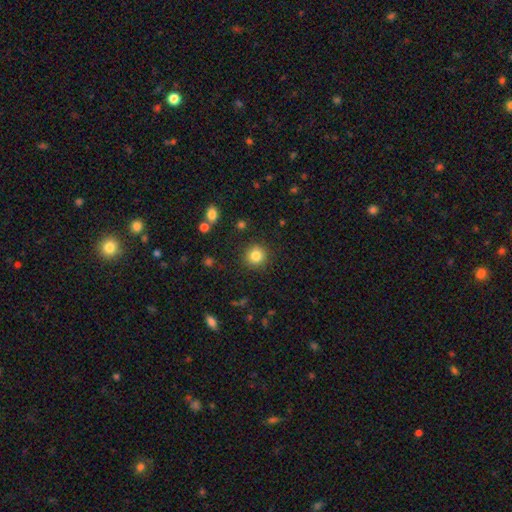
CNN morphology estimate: The model was most divided on "smooth or featured": smooth: 83%, star or artifact: 11%, featured or disk: 6%. More confident: how rounded — round (93%); merging — none (89%).